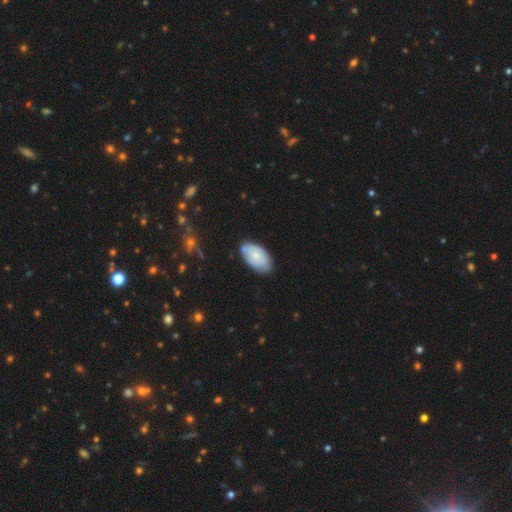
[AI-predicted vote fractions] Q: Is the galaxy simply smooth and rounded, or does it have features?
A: smooth — 65%.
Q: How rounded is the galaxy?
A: in between — 94%.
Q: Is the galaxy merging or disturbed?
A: none — 69%.